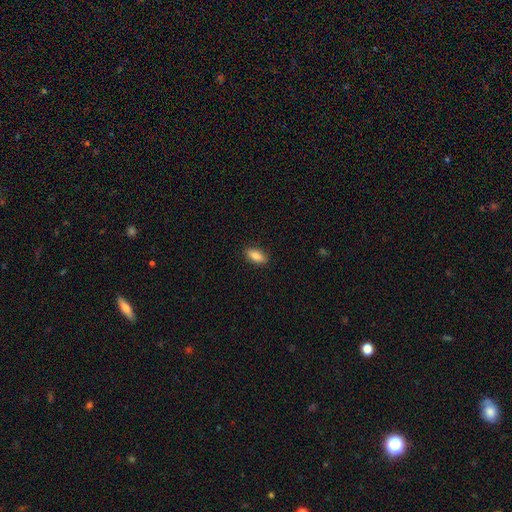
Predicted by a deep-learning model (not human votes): This appears to be a smooth galaxy with no disk features (83%) that is in between round and cigar-shaped (80%). Merging: none (88%).